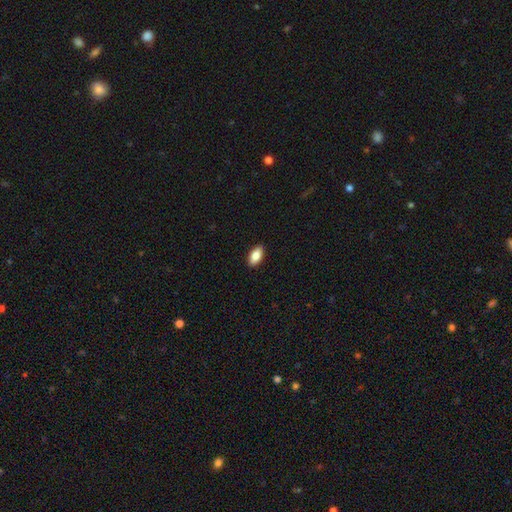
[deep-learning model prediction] smooth_or_featured: smooth (p=0.85) [alt: featured or disk p=0.09]
how_rounded: in between (p=0.90) [alt: cigar-shaped p=0.08]
merging: none (p=0.90) [alt: minor disturbance p=0.07]